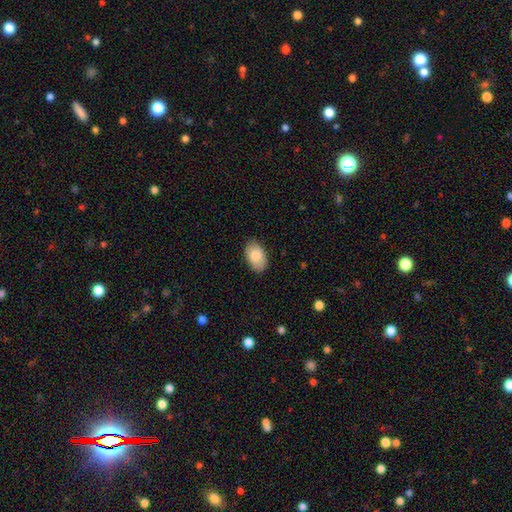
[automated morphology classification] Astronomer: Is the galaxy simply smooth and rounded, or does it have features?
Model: smooth — 86%.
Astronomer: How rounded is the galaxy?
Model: in between — 93%.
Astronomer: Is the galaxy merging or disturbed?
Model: none — 85%.